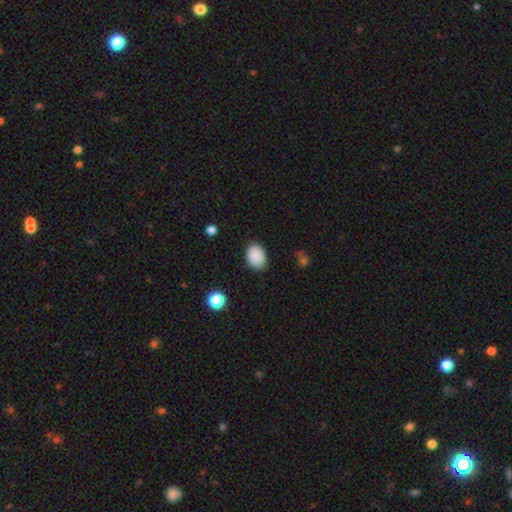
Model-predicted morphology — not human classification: This appears to be a smooth galaxy with no disk features (88%) that is in between round and cigar-shaped (82%). Merging: none (82%).